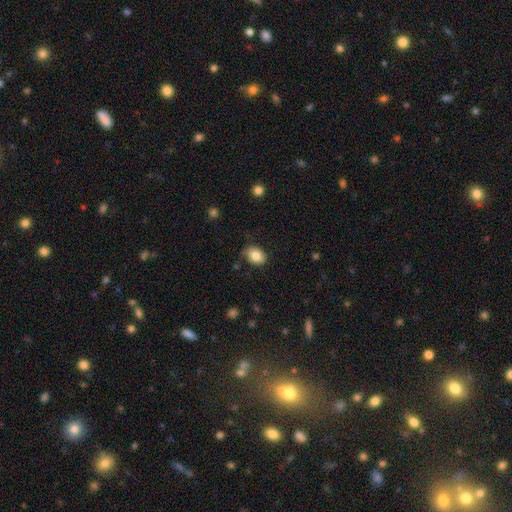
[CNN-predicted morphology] A smooth galaxy with no disk features (82%) that is in between round and cigar-shaped (67%). Merging: none (73%).